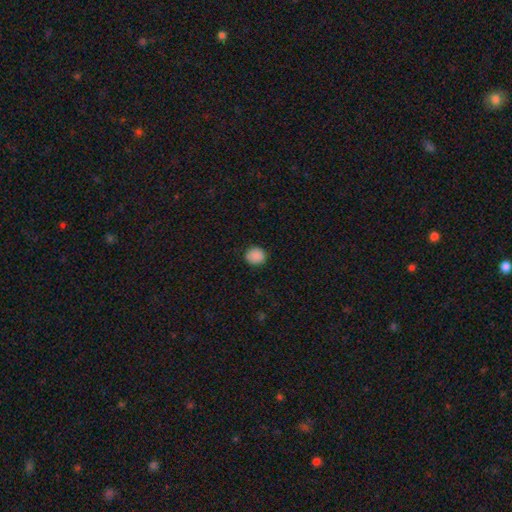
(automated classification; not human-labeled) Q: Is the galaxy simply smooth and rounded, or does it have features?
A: smooth — 88%.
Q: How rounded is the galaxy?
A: round — 86%.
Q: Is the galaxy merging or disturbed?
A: none — 87%.